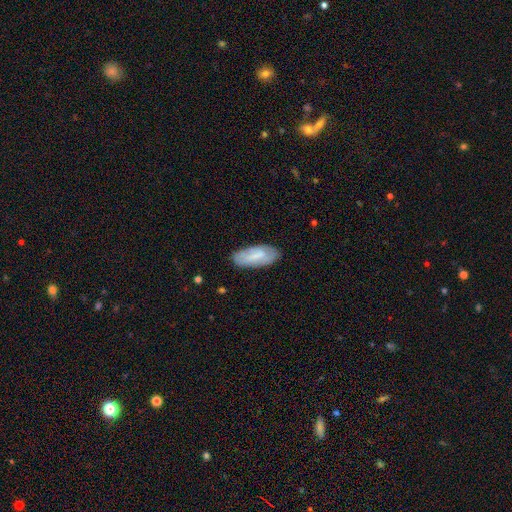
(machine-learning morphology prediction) Q: Smooth or featured?
A: smooth (66%); runner-up: featured or disk (28%)
Q: How rounded?
A: in between (84%); runner-up: cigar-shaped (15%)
Q: Merging?
A: none (78%); runner-up: minor disturbance (17%)